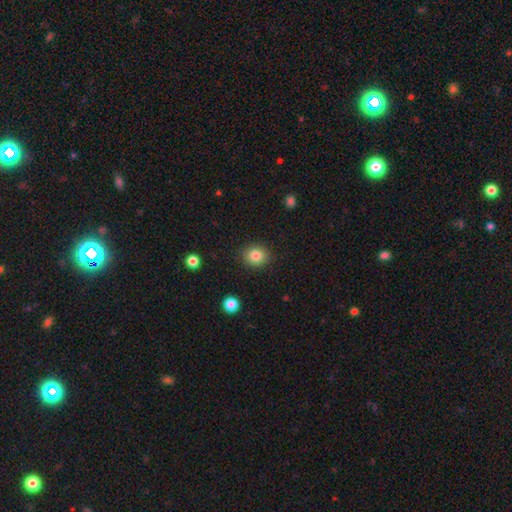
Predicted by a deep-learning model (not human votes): This is clearly a smooth galaxy (83%). How rounded: likely round (77%). Merging: clearly none (89%).